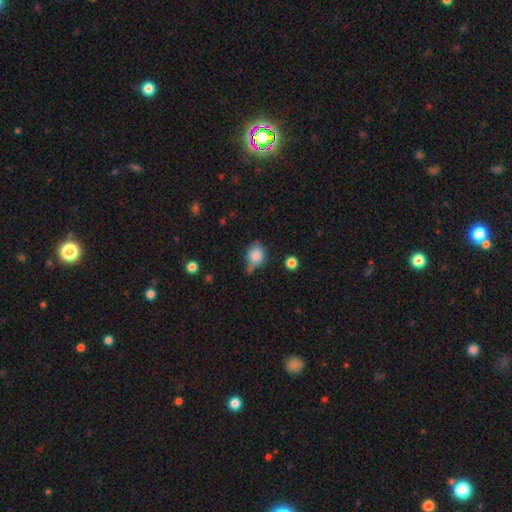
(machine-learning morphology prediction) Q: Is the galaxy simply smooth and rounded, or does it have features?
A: smooth — 82%.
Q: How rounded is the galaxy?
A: round — 51%.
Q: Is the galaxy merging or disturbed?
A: none — 49%.